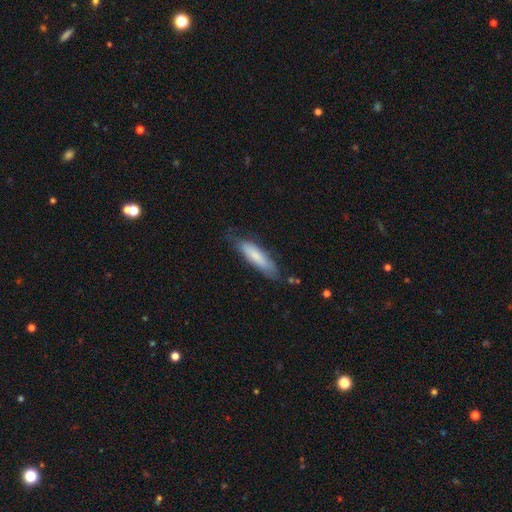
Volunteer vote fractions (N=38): Smooth or featured? 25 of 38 (66%) said smooth. How rounded? 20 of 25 (80%) said cigar-shaped. Merging? 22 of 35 (63%) said none.